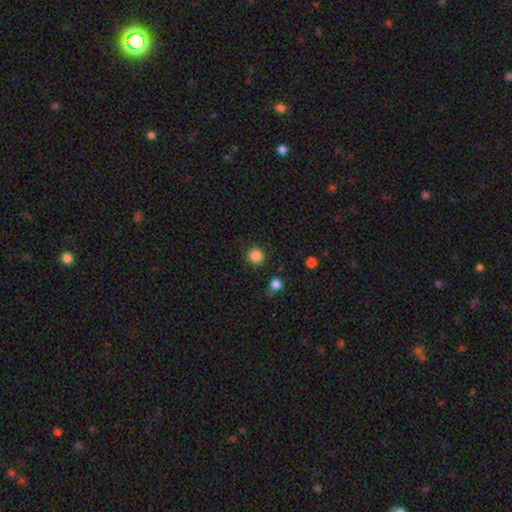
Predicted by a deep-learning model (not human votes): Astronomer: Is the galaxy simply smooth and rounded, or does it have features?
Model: smooth — 85%.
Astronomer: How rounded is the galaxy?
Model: round — 94%.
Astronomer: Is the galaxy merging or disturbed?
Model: none — 88%.